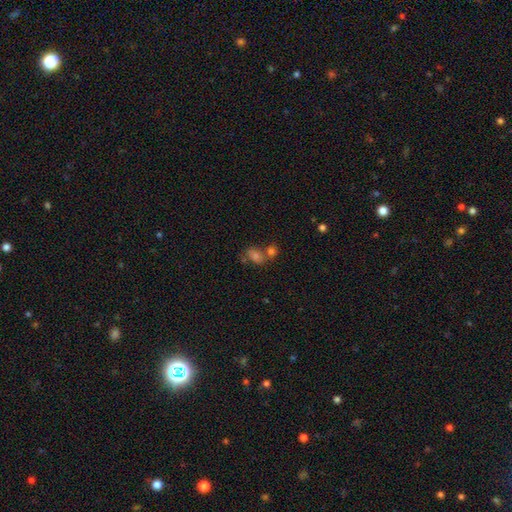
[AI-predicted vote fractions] A smooth galaxy with no disk features (57%) that is in between round and cigar-shaped (66%).

Vote fractions:
- Smooth or featured? smooth: 57% / star or artifact: 22% / featured or disk: 21%
- How rounded? in between: 66% / round: 31% / cigar-shaped: 3%
- Merging? none: 45% / merger: 37% / minor disturbance: 12% / major disturbance: 6%